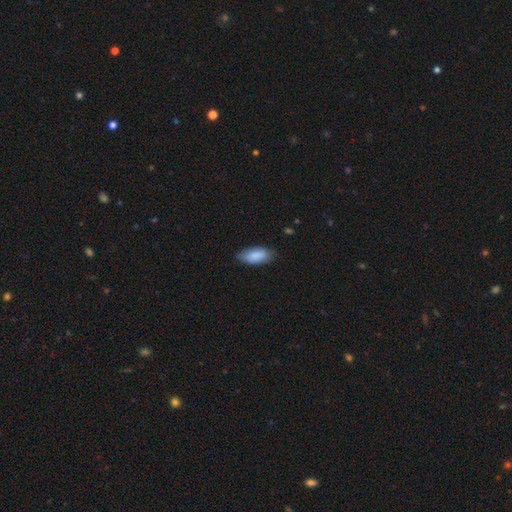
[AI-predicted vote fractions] A smooth galaxy with no disk features (86%) that is in between round and cigar-shaped (85%). Merging: none (78%).